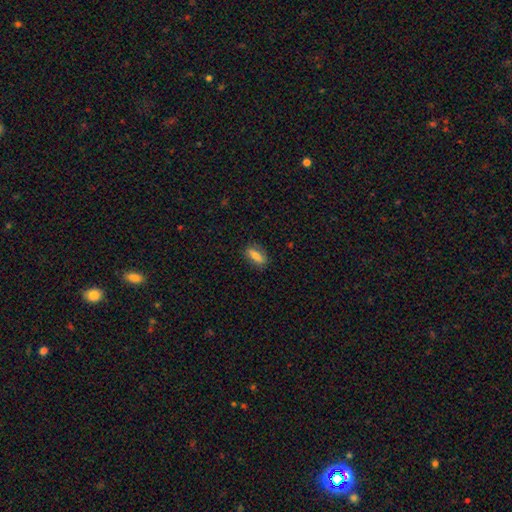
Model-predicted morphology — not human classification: type=smooth (73%); roundness=in between (71%); merging=none (83%).